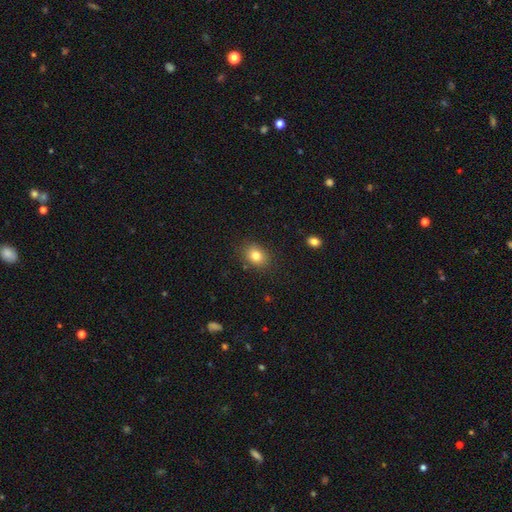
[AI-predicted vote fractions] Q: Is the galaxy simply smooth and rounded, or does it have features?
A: smooth — 81%.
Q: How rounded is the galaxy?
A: in between — 55%.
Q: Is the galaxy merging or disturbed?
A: none — 86%.